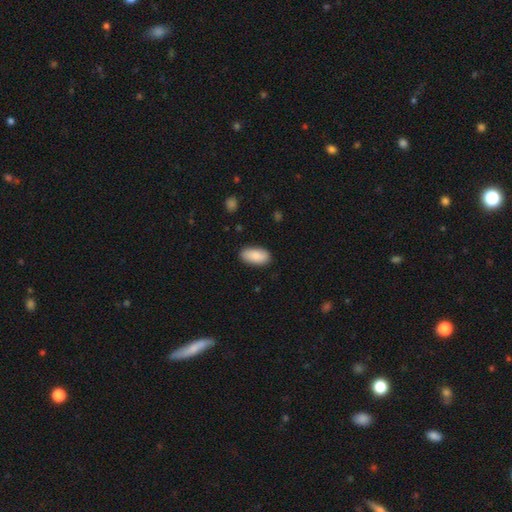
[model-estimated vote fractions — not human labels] smooth_or_featured: smooth (p=0.88) [alt: featured or disk p=0.07]
how_rounded: in between (p=0.94) [alt: cigar-shaped p=0.04]
merging: none (p=0.86) [alt: minor disturbance p=0.10]